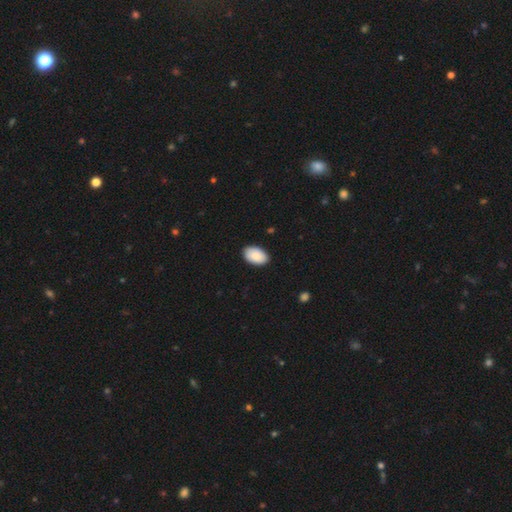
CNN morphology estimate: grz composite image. It shows a smooth galaxy with no disk features (88%) that is in between round and cigar-shaped (94%). Merging: none (89%).